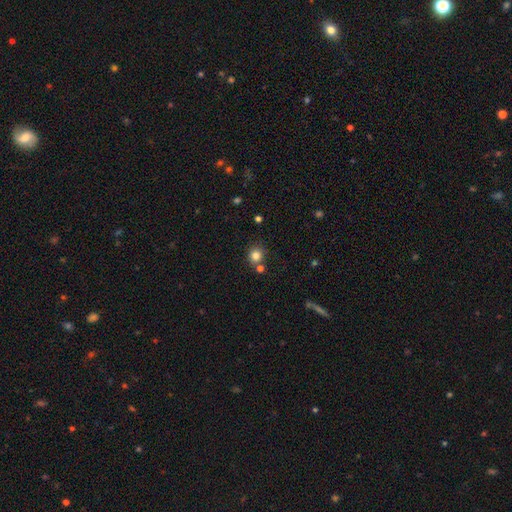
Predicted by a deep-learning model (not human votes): Morphology: type=smooth (81%); roundness=round (87%); merging=none (73%).